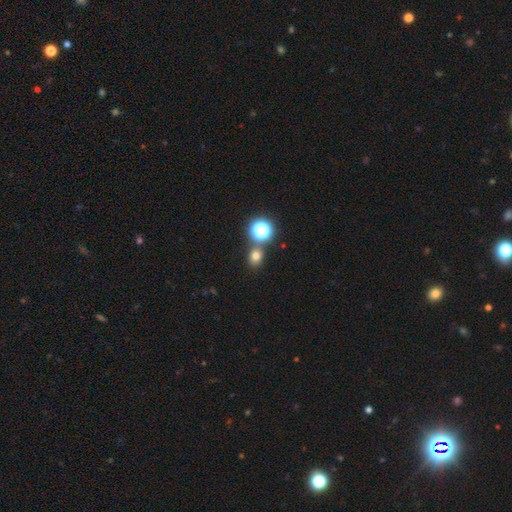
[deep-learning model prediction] Smooth or featured?
  - smooth: 71% *
  - star or artifact: 22%
  - featured or disk: 6%
How rounded?
  - round: 62% *
  - in between: 37%
  - cigar-shaped: 1%
Merging?
  - none: 76% *
  - merger: 13%
  - minor disturbance: 9%
  - major disturbance: 3%